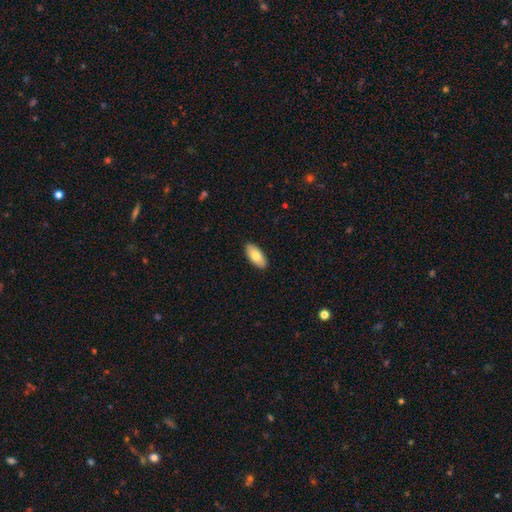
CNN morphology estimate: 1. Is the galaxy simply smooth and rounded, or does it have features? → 80% smooth, 14% featured or disk, 6% star or artifact.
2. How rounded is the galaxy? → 92% in between, 6% cigar-shaped, 2% round.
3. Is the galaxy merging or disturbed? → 90% none, 8% minor disturbance, 1% major disturbance, 1% merger.